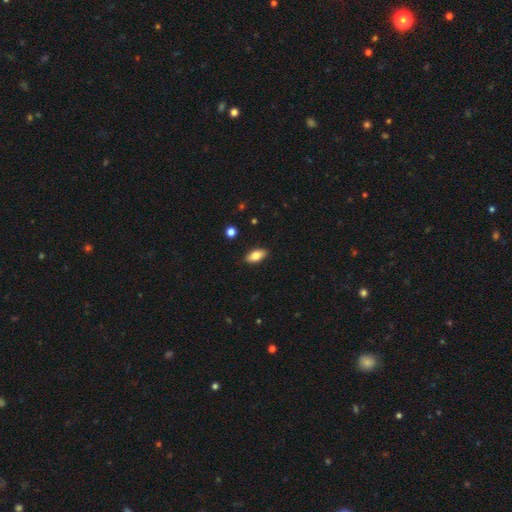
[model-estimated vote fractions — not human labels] smooth 80%, featured or disk 13%, star or artifact 7%. Down the decision tree: how rounded — in between (89%); merging — none (88%).